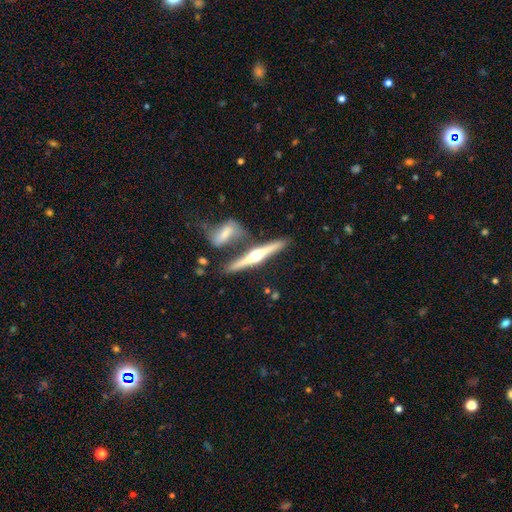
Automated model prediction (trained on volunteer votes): featured or disk 76%, smooth 19%, star or artifact 5%. Down the decision tree: edge-on disk — yes (97%); edge-on bulge — rounded (95%); merging — none (75%).